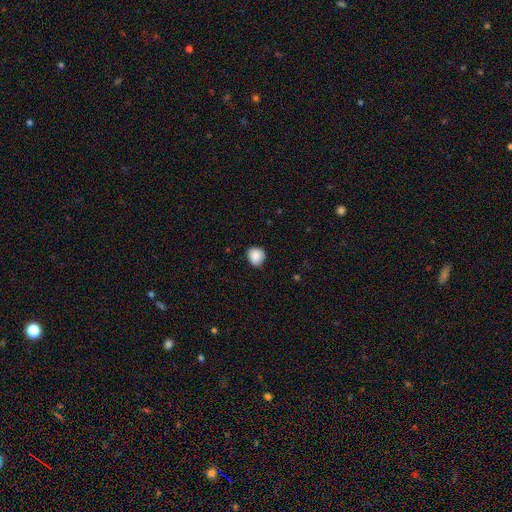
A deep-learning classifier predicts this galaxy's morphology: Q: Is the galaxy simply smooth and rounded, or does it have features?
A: smooth — 86%.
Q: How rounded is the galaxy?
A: round — 78%.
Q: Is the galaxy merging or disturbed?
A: none — 81%.